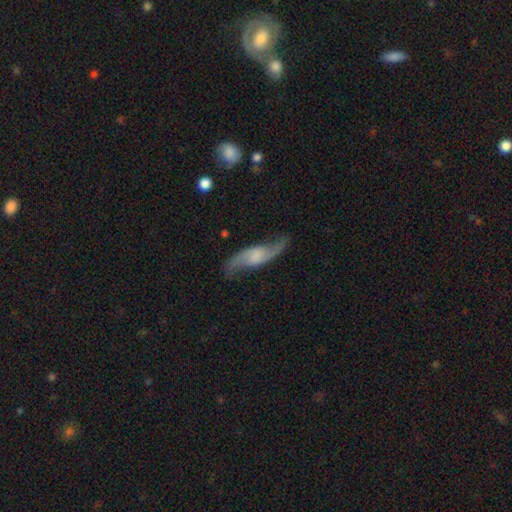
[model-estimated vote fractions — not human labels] smooth-or-featured: featured or disk: 80% | smooth: 14% | star or artifact: 6%
  disk-edge-on: no: 88% | yes: 12%
    bar: no: 48% | weak: 40% | strong: 12%
    has-spiral-arms: yes: 95% | no: 5%
      spiral-winding: loose: 78% | medium: 18% | tight: 4%
      spiral-arm-count: 2: 93% | can't tell: 3% | 1: 2% | 3: 1% | 4: 1% | more than 4: 1%
    bulge-size: none: 36% | moderate: 25% | small: 24% | large: 12% | dominant: 2%
  merging: none: 77% | minor disturbance: 15% | major disturbance: 6% | merger: 2%